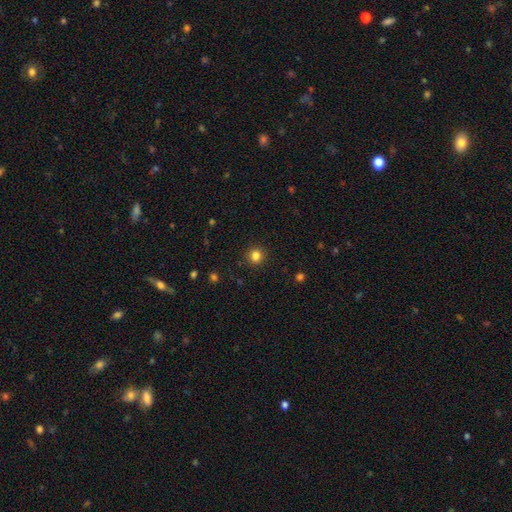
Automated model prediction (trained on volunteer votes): A smooth galaxy with no disk features (82%) that is round (91%). Merging: none (91%).